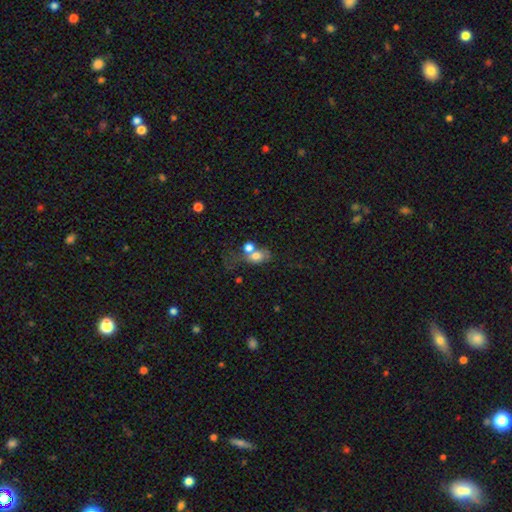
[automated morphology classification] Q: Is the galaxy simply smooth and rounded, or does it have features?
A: smooth — 71%.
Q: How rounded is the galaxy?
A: in between — 60%.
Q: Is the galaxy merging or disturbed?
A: merger — 50%.